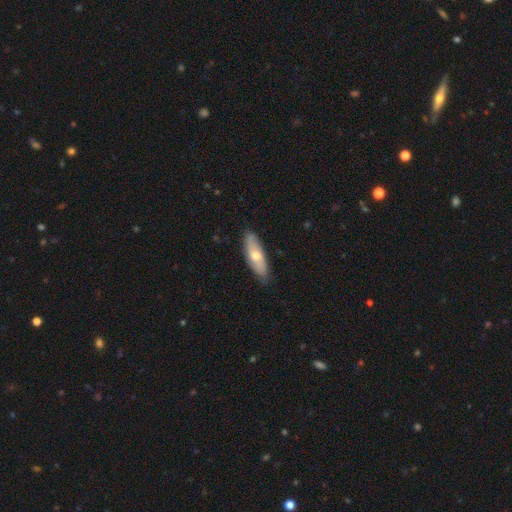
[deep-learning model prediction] The model was most divided on "how rounded": in between: 55%, cigar-shaped: 43%, round: 2%. More confident: merging — none (84%); smooth or featured — smooth (57%).